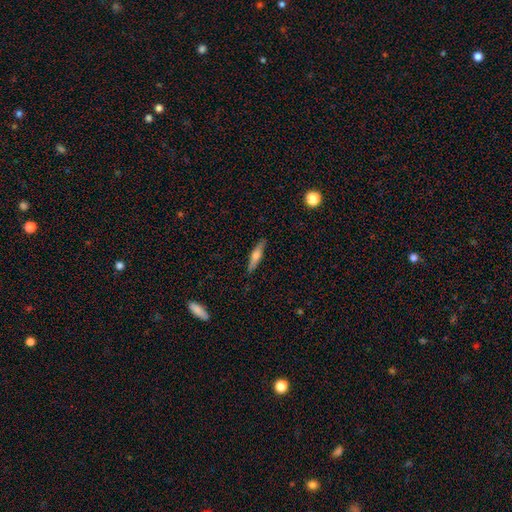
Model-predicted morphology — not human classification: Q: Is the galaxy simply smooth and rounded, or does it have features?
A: smooth — 53%.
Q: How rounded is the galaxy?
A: cigar-shaped — 83%.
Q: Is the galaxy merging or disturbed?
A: none — 88%.